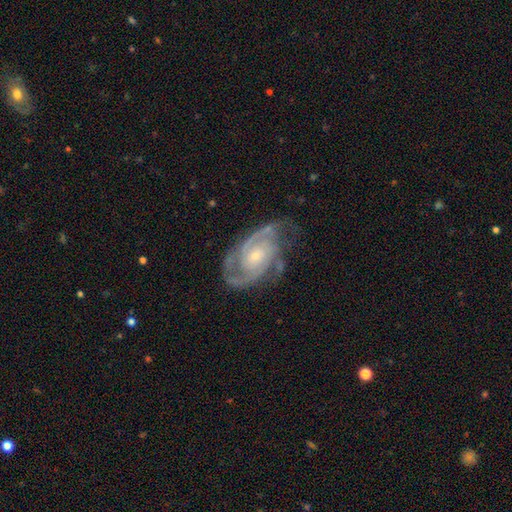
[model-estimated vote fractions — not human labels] A featured or disk galaxy (91%) with no bar (64%), 2 (58%) tight (48%) spiral arms (98%) and a small central bulge (68%). Merging: none (66%).